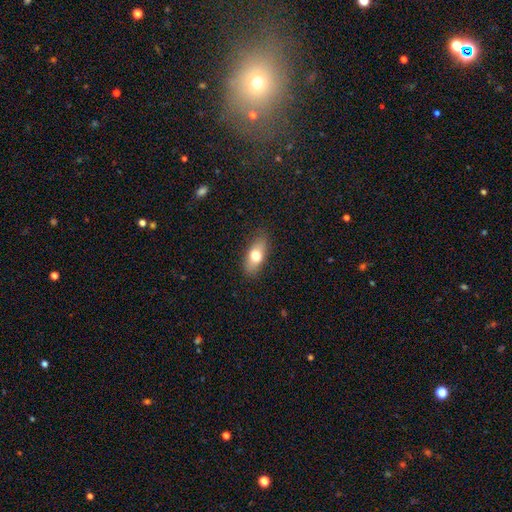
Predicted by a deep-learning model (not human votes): Smooth or featured?
  - smooth: 72% *
  - featured or disk: 21%
  - star or artifact: 7%
How rounded?
  - in between: 79% *
  - cigar-shaped: 15%
  - round: 6%
Merging?
  - none: 84% *
  - minor disturbance: 12%
  - major disturbance: 3%
  - merger: 1%